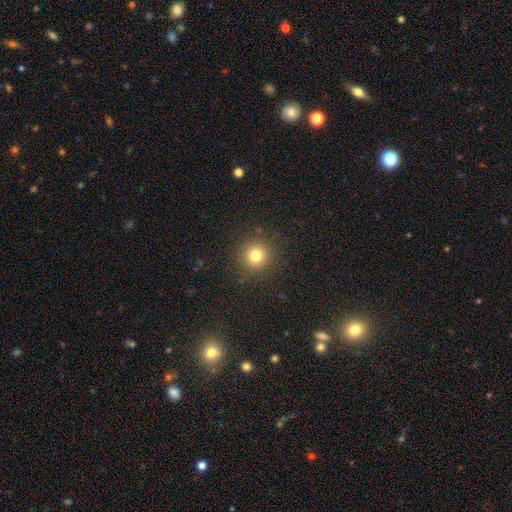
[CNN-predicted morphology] type=smooth (78%); roundness=round (94%); merging=none (89%).